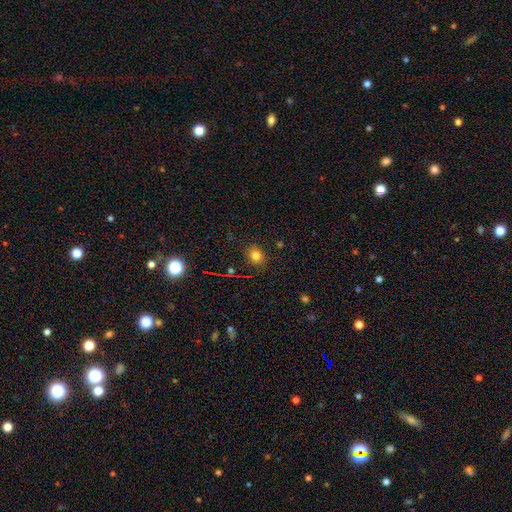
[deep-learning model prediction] smooth_or_featured: smooth (p=0.78) [alt: star or artifact p=0.15]
how_rounded: round (p=0.60) [alt: in between p=0.39]
merging: none (p=0.85) [alt: minor disturbance p=0.11]